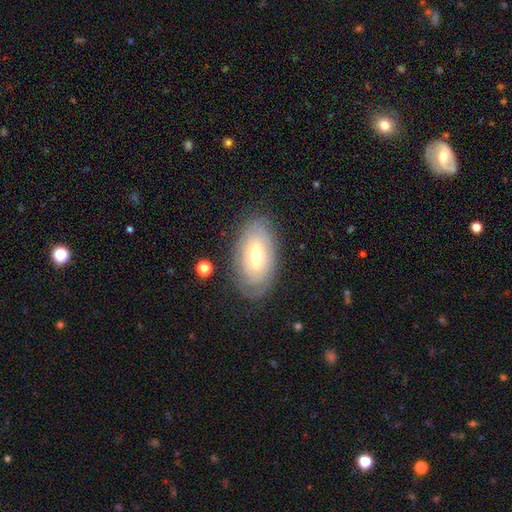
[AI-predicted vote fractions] A featured or disk galaxy (57%) with no bar (61%), spiral arms (63%) and a moderate central bulge (53%).

Vote fractions:
- Smooth or featured? featured or disk: 57% / smooth: 35% / star or artifact: 7%
- Edge-on disk? no: 90% / yes: 10%
- Bar? no: 61% / weak: 30% / strong: 9%
- Spiral arms? yes: 63% / no: 37%
- Bulge size? moderate: 53% / small: 42% / large: 4% / dominant: 1% / none: 1%
- Merging? none: 80% / minor disturbance: 14% / major disturbance: 5% / merger: 2%